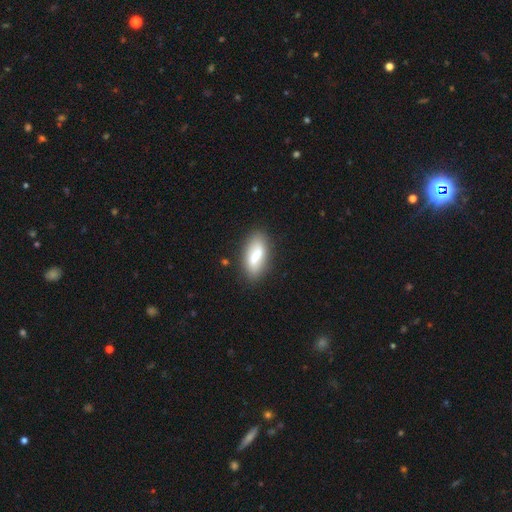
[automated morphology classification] A smooth galaxy with no disk features (61%) that is in between round and cigar-shaped (79%). Merging: none (79%).